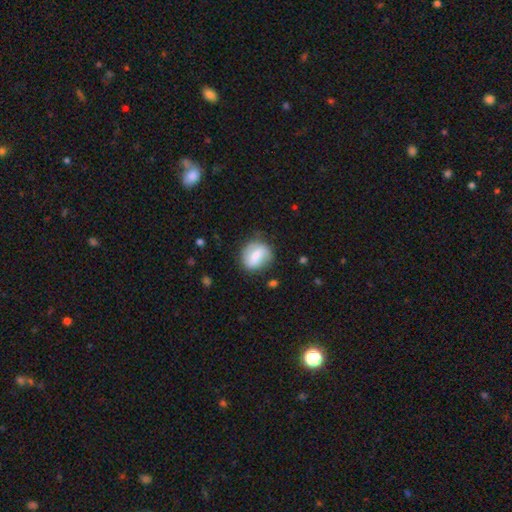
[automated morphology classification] This appears to be a smooth galaxy with no disk features (62%) that is round (58%). Merging: none (70%).